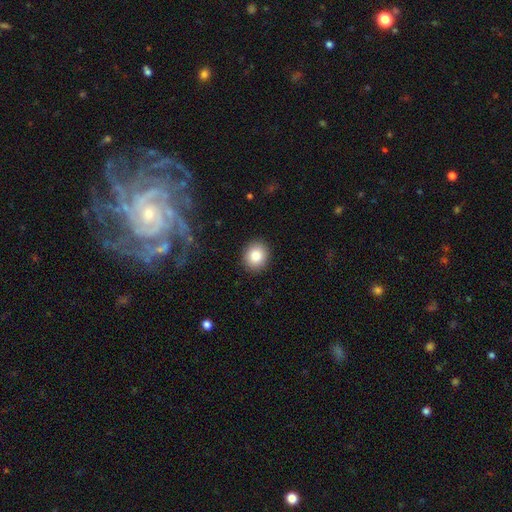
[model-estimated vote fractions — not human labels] Smooth or featured? Predicted: smooth (p=0.84). How rounded? Predicted: round (p=0.78). Merging? Predicted: none (p=0.90).